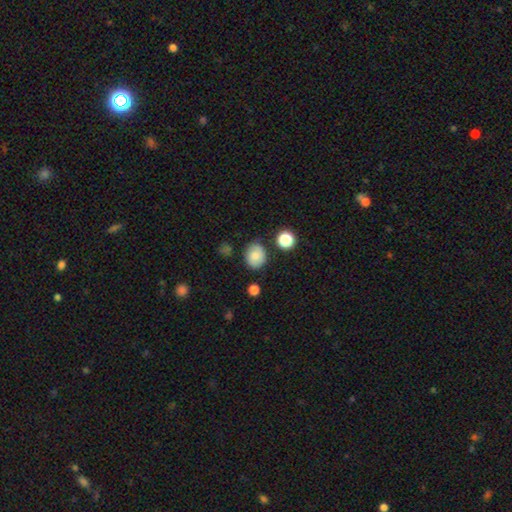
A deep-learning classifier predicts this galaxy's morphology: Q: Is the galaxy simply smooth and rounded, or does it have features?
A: smooth — 78%.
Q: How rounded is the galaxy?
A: round — 55%.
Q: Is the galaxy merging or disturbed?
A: none — 75%.